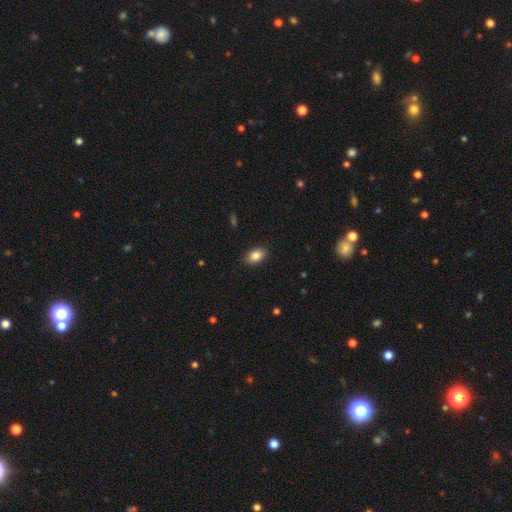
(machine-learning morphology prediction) Smooth or featured?
  - smooth: 87% *
  - star or artifact: 8%
  - featured or disk: 5%
How rounded?
  - in between: 88% *
  - round: 11%
  - cigar-shaped: 1%
Merging?
  - none: 88% *
  - minor disturbance: 9%
  - major disturbance: 2%
  - merger: 1%